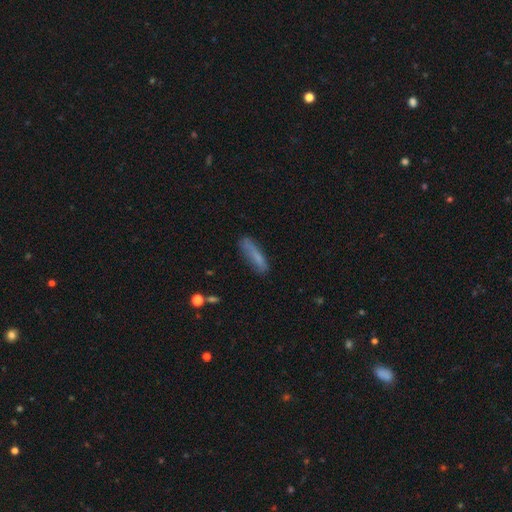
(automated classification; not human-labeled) Smooth or featured? Predicted: smooth (p=0.72). How rounded? Predicted: cigar-shaped (p=0.79). Merging? Predicted: none (p=0.70).